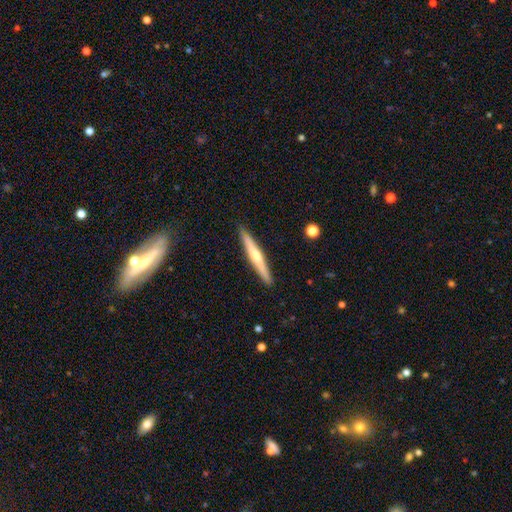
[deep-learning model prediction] Smooth or featured: featured or disk — 58% (smooth — 37%)
Edge-on disk: yes — 97% (no — 3%)
Edge-on bulge: rounded — 79% (none — 17%)
Merging: none — 91% (minor disturbance — 6%)